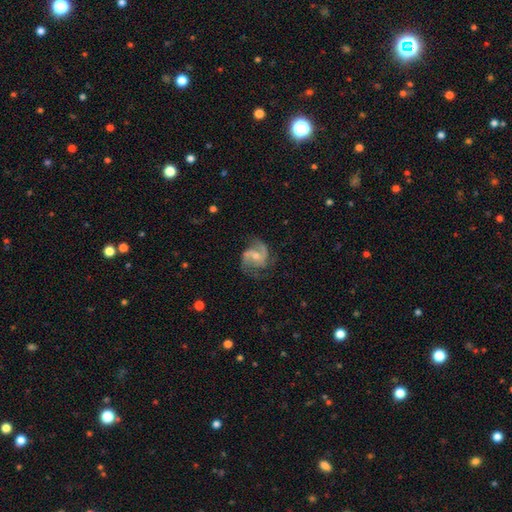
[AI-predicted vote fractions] Smooth or featured? featured or disk (86%)
Edge-on disk? no (98%)
Bar? no (48%)
Spiral arms? yes (97%)
Spiral winding? medium (55%)
Spiral arm count? 2 (67%)
Bulge size? small (48%)
Merging? none (66%)